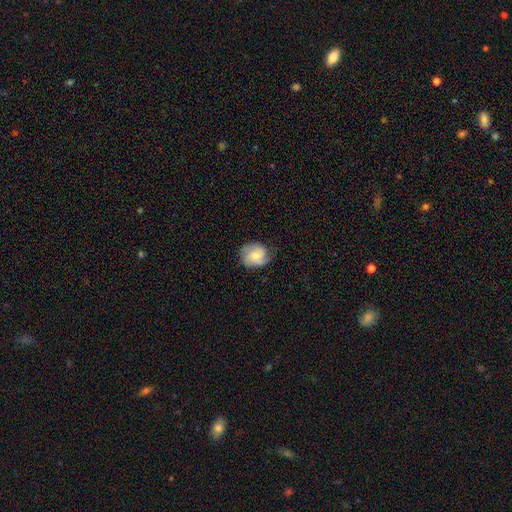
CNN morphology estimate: A featured or disk galaxy (51%).

Vote fractions:
- Smooth or featured? featured or disk: 51% / smooth: 42% / star or artifact: 8%
- Edge-on disk? no: 97% / yes: 3%
- Merging? none: 70% / minor disturbance: 22% / major disturbance: 7% / merger: 1%